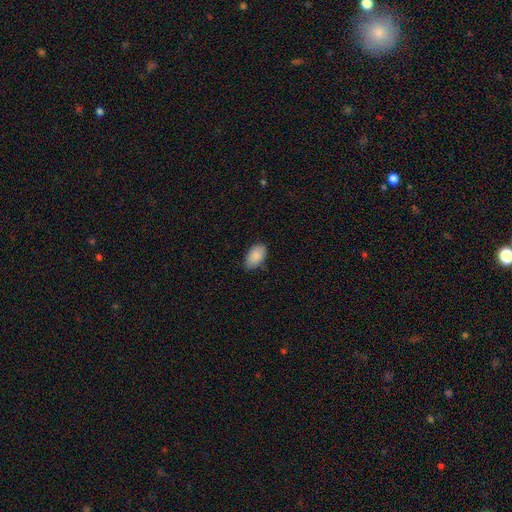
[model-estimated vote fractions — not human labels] This appears to be a smooth galaxy with no disk features (89%) that is in between round and cigar-shaped (94%). Merging: none (79%).